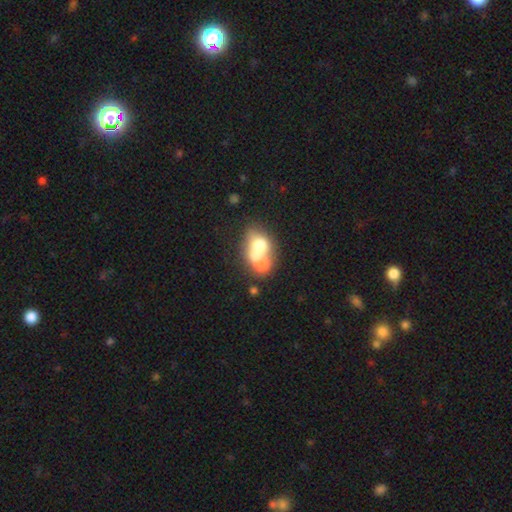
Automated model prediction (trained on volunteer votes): Smooth or featured? smooth (56%)
How rounded? round (51%)
Merging? merger (66%)